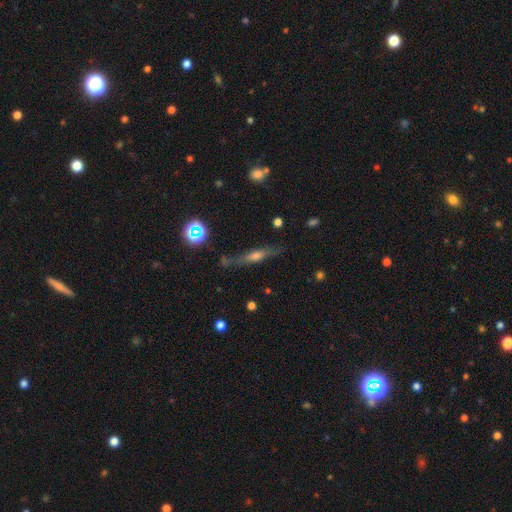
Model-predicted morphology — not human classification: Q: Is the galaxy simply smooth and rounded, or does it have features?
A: featured or disk — 56%.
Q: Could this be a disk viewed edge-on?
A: yes — 89%.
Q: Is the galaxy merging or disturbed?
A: none — 75%.